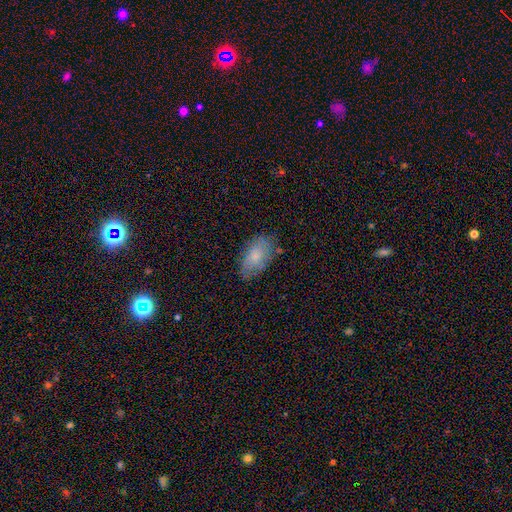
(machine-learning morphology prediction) Smooth or featured: smooth — 73% (featured or disk — 19%)
How rounded: in between — 93% (round — 5%)
Merging: none — 74% (minor disturbance — 20%)